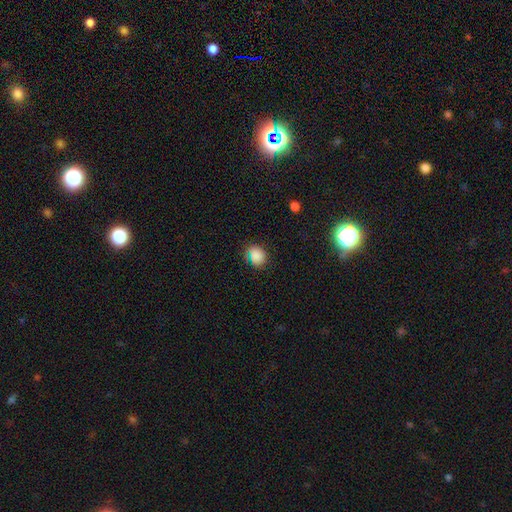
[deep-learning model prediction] Smooth or featured: smooth — 82% (star or artifact — 14%)
How rounded: round — 70% (in between — 29%)
Merging: none — 80% (minor disturbance — 14%)